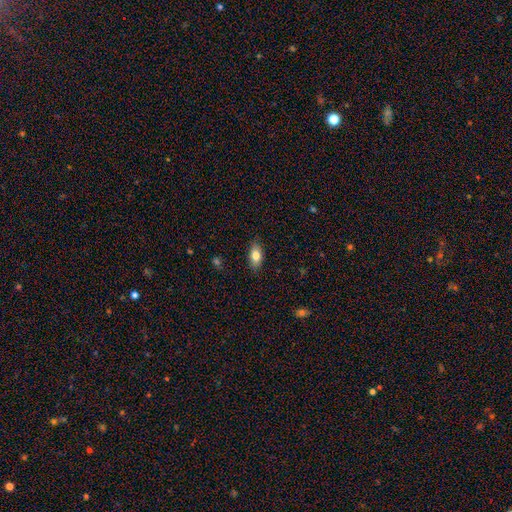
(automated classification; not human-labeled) smooth 80%, featured or disk 13%, star or artifact 7%. Down the decision tree: how rounded — in between (87%); merging — none (86%).